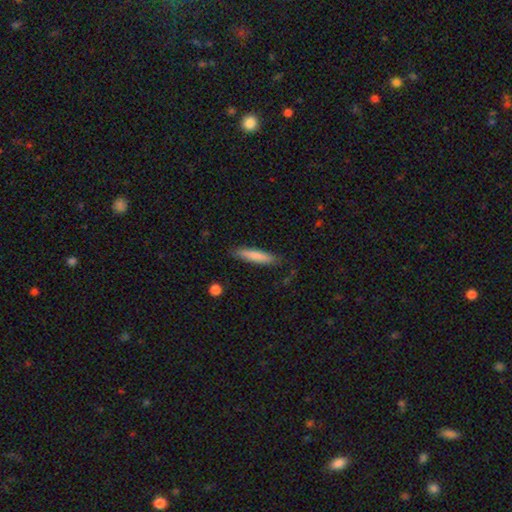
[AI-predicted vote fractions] A smooth galaxy with no disk features (80%) that is cigar-shaped (88%). Merging: none (84%).